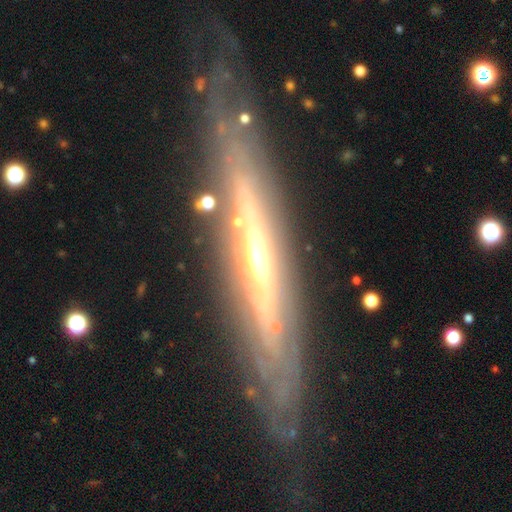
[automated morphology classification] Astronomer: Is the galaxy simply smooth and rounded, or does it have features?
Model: featured or disk — 80%.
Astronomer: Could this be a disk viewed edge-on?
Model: yes — 78%.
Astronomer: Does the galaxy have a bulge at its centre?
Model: rounded — 67%.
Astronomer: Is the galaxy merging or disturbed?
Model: none — 77%.